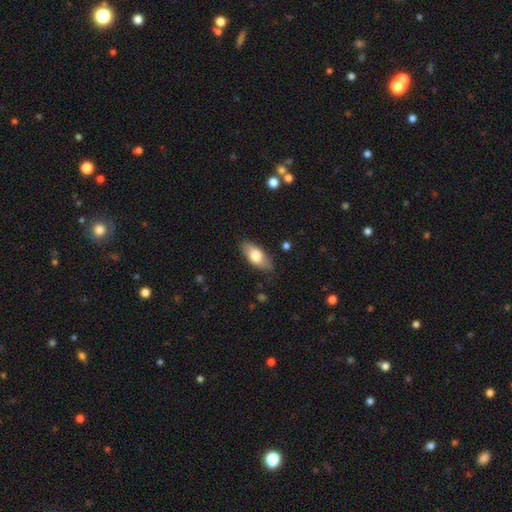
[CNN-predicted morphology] Smooth or featured?
  - smooth: 73% *
  - featured or disk: 21%
  - star or artifact: 6%
How rounded?
  - in between: 86% *
  - cigar-shaped: 11%
  - round: 3%
Merging?
  - none: 83% *
  - minor disturbance: 13%
  - major disturbance: 3%
  - merger: 1%